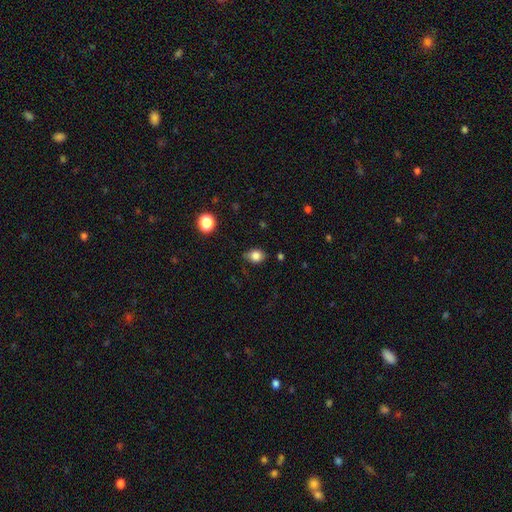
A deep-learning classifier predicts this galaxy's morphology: Q: Smooth or featured?
A: smooth (82%); runner-up: star or artifact (11%)
Q: How rounded?
A: in between (57%); runner-up: round (42%)
Q: Merging?
A: none (73%); runner-up: minor disturbance (21%)